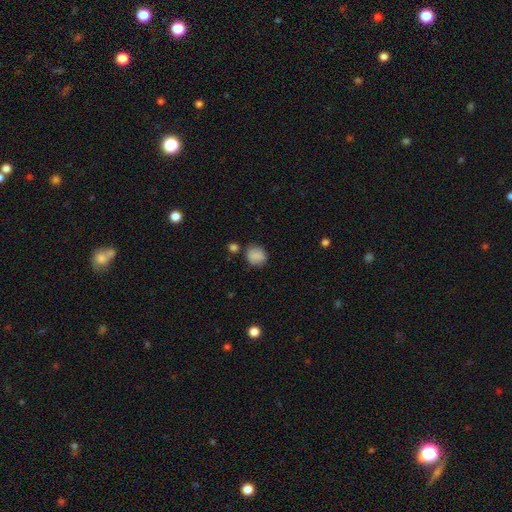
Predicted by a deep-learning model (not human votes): Overall: smooth (83%). How rounded: round (67%; in between 32%). Merging: none (71%).